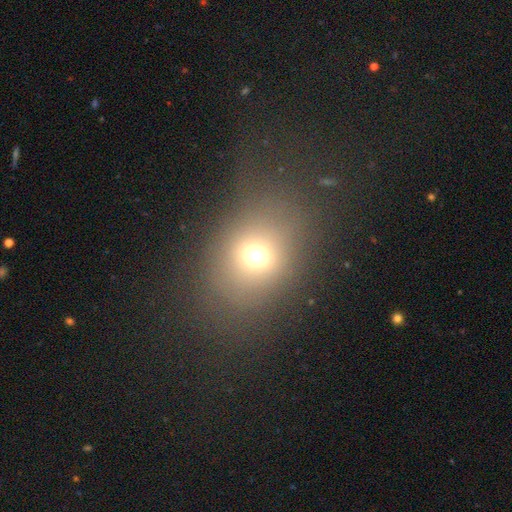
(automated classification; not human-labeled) This appears to be a smooth galaxy with no disk features (67%) that is round (51%). Merging: none (72%).